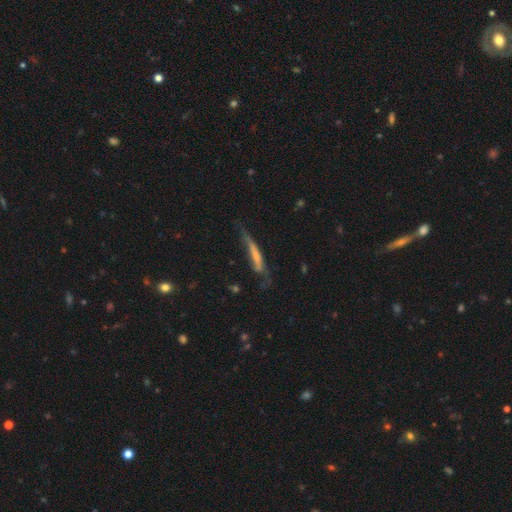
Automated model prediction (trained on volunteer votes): Smooth or featured? smooth (47%)
Merging? none (42%)